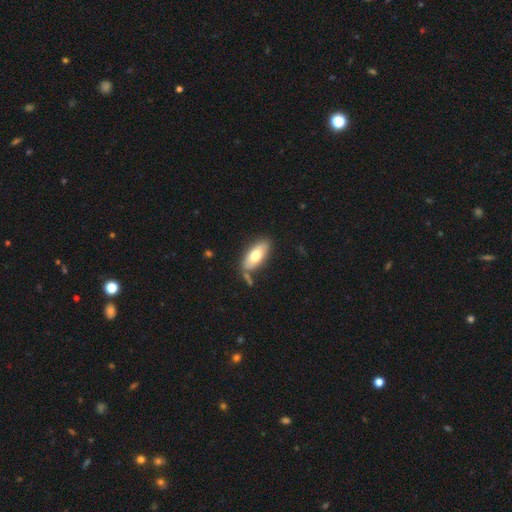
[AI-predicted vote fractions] A smooth galaxy with no disk features (69%) that is in between round and cigar-shaped (85%). Merging: none (69%).